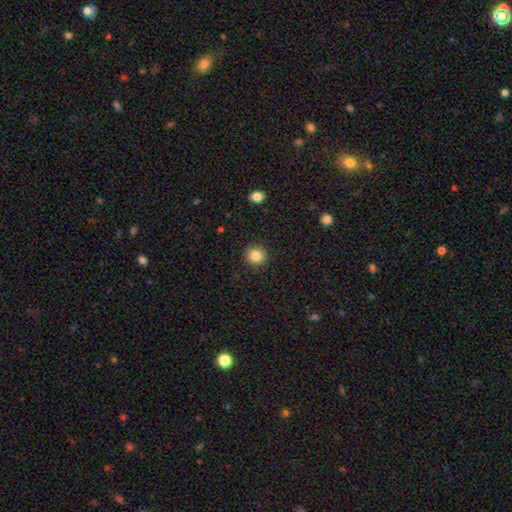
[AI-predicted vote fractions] smooth 85%, star or artifact 11%, featured or disk 5%. Down the decision tree: how rounded — round (95%); merging — none (92%).